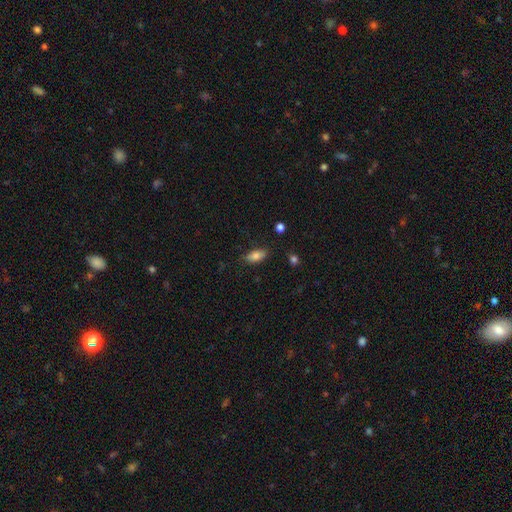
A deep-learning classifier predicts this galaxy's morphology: Q: Smooth or featured?
A: smooth (79%); runner-up: featured or disk (13%)
Q: How rounded?
A: in between (85%); runner-up: cigar-shaped (11%)
Q: Merging?
A: none (79%); runner-up: minor disturbance (16%)